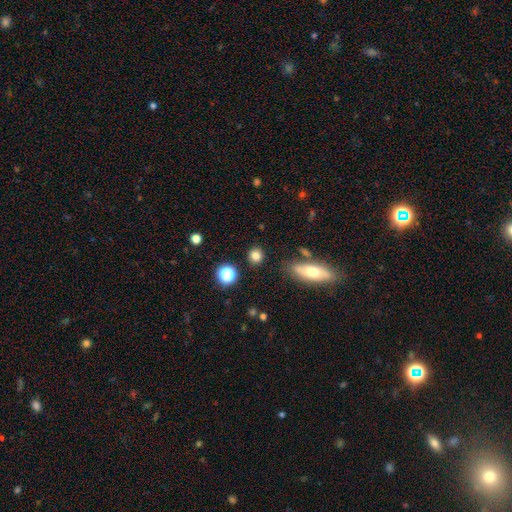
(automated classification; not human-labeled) smooth_or_featured: smooth (p=0.81) [alt: star or artifact p=0.13]
how_rounded: round (p=0.83) [alt: in between p=0.15]
merging: none (p=0.86) [alt: minor disturbance p=0.08]